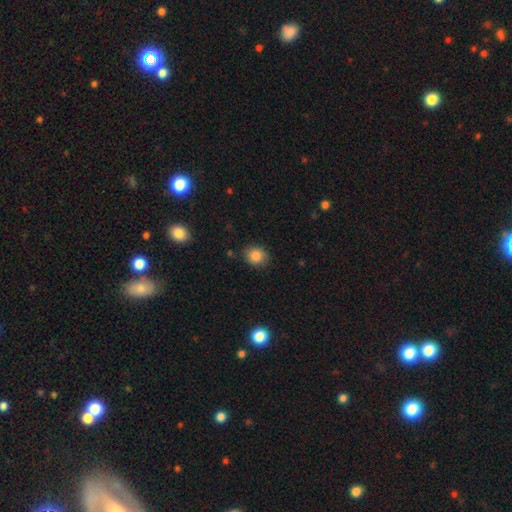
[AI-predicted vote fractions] Overall: smooth (85%). How rounded: round (64%; in between 35%). Merging: none (83%).